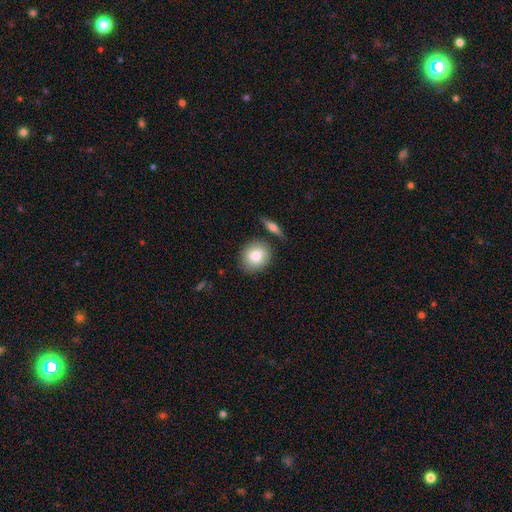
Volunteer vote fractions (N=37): A smooth galaxy with no disk features (86%) that is round (72%). Merging: none (86%).